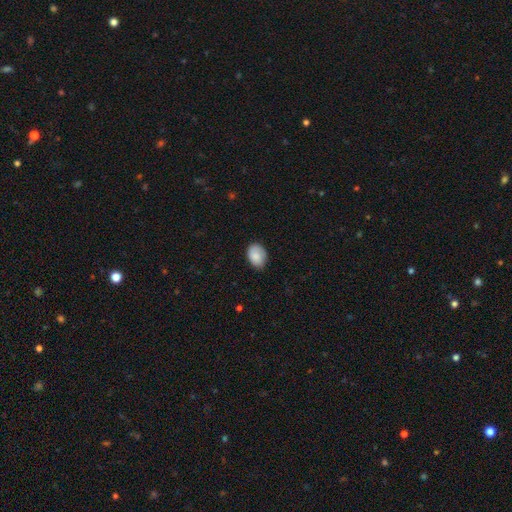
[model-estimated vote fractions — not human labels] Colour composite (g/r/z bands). It shows a smooth galaxy with no disk features (84%) that is in between round and cigar-shaped (81%). Merging: none (75%).